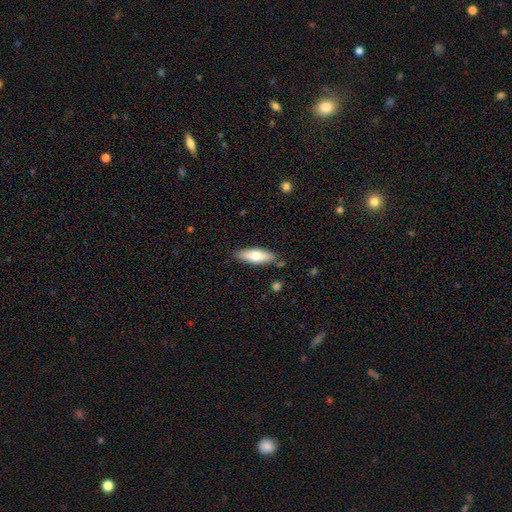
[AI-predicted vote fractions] Overall: smooth (72%). How rounded: in between (62%; cigar-shaped 36%). Merging: none (82%).